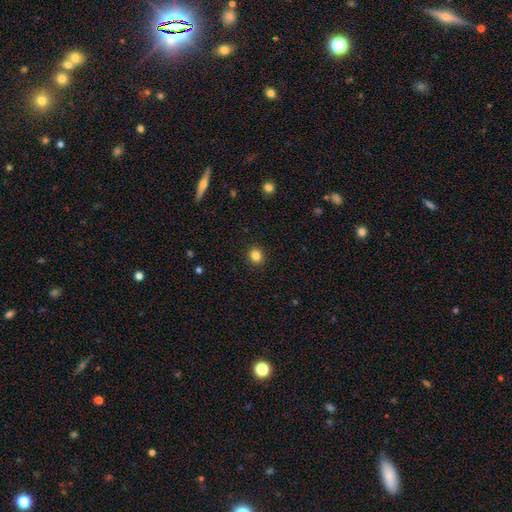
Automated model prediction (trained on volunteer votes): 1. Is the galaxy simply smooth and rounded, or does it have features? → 84% smooth, 11% star or artifact, 5% featured or disk.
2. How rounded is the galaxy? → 77% round, 22% in between, 1% cigar-shaped.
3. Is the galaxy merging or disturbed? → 92% none, 6% minor disturbance, 2% major disturbance, 1% merger.